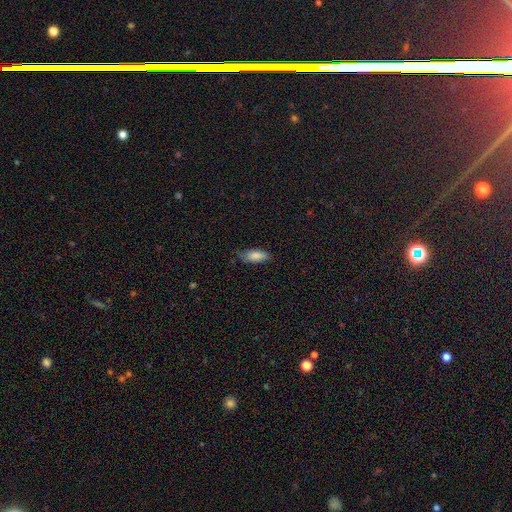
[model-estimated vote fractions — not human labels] smooth-or-featured: smooth: 84% | featured or disk: 9% | star or artifact: 7%
  how-rounded: in between: 77% | cigar-shaped: 21% | round: 2%
  merging: none: 69% | minor disturbance: 25% | major disturbance: 5% | merger: 1%